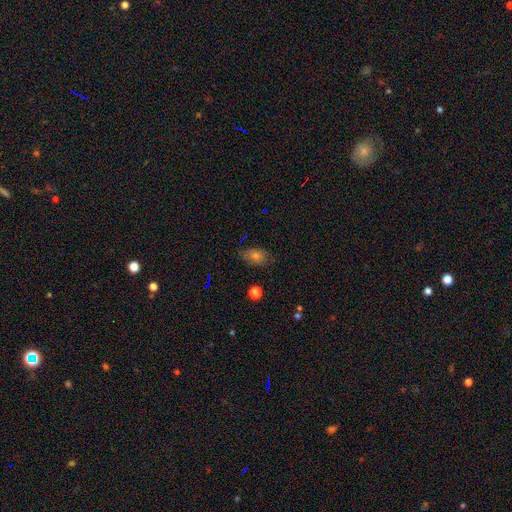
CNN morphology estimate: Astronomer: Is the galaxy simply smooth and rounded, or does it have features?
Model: smooth — 62%.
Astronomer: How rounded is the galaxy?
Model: in between — 81%.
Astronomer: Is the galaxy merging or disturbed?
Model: none — 78%.